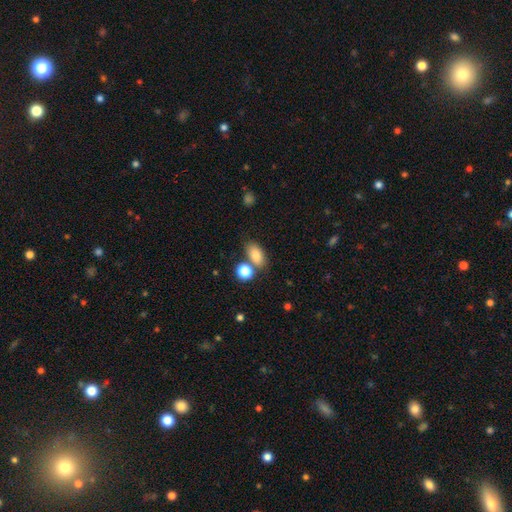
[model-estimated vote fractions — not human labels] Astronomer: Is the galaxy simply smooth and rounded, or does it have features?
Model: smooth — 83%.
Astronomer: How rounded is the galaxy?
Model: in between — 85%.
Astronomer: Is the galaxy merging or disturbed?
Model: none — 63%.